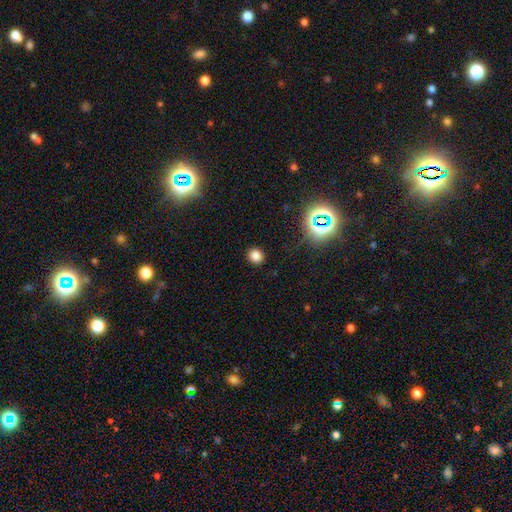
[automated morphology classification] The model was most divided on "smooth or featured": smooth: 80%, star or artifact: 16%, featured or disk: 4%. More confident: merging — none (90%); how rounded — round (82%).